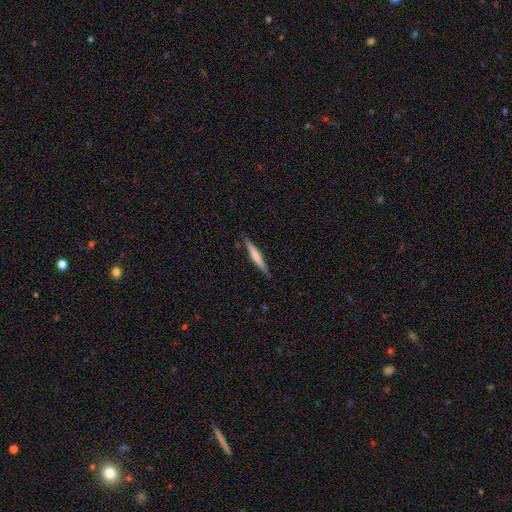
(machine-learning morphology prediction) Smooth or featured? Predicted: smooth (p=0.49). Merging? Predicted: none (p=0.87).